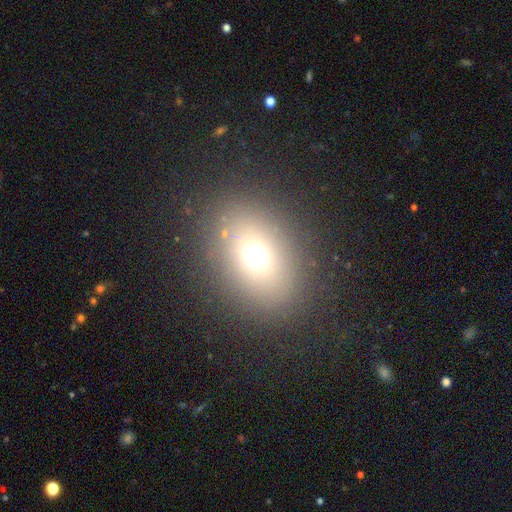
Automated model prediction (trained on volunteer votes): smooth-or-featured: smooth: 66% | star or artifact: 20% | featured or disk: 13%
  how-rounded: in between: 56% | round: 42% | cigar-shaped: 1%
  merging: none: 84% | minor disturbance: 9% | major disturbance: 5% | merger: 2%